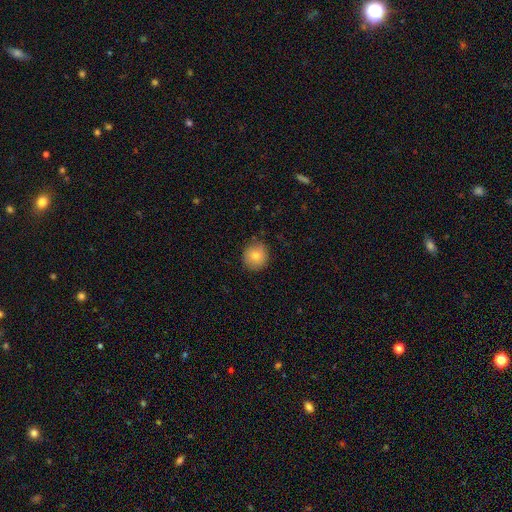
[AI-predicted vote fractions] A smooth galaxy with no disk features (80%) that is round (90%).

Vote fractions:
- Smooth or featured? smooth: 80% / featured or disk: 11% / star or artifact: 9%
- How rounded? round: 90% / in between: 9% / cigar-shaped: 1%
- Merging? none: 84% / minor disturbance: 12% / major disturbance: 2% / merger: 1%